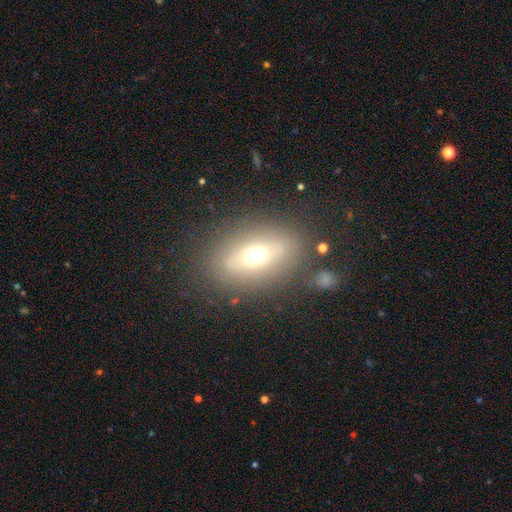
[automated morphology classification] Smooth or featured? smooth (53%)
How rounded? in between (75%)
Merging? none (80%)